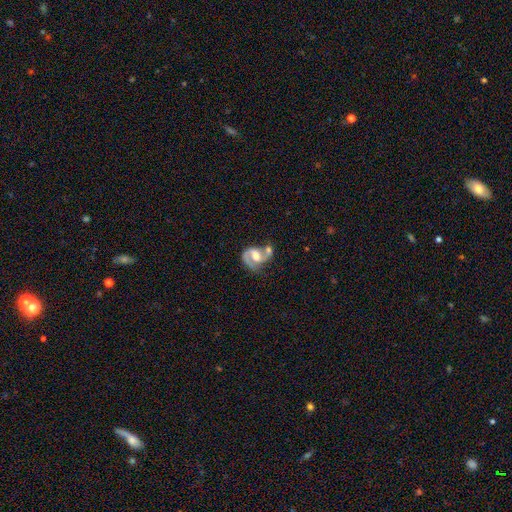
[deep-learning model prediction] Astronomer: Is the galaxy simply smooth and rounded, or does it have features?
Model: featured or disk — 83%.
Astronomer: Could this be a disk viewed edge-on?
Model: no — 98%.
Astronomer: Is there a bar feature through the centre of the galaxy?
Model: weak — 44% (runner-up: no, 37%).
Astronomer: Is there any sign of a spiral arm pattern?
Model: yes — 93%.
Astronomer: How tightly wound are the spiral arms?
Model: medium — 51%.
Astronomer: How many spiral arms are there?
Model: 2 — 71%.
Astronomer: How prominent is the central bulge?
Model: moderate — 57%.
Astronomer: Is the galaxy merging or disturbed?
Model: merger — 41% (runner-up: none, 30%).